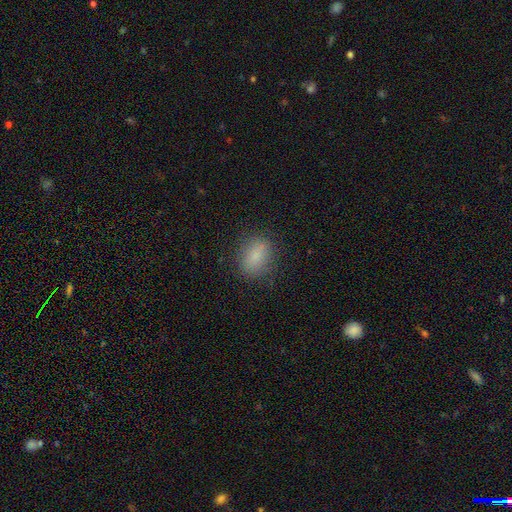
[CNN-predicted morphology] Smooth or featured?
  - smooth: 83% *
  - star or artifact: 9%
  - featured or disk: 7%
How rounded?
  - in between: 71% *
  - round: 26%
  - cigar-shaped: 3%
Merging?
  - none: 82% *
  - minor disturbance: 13%
  - major disturbance: 4%
  - merger: 1%